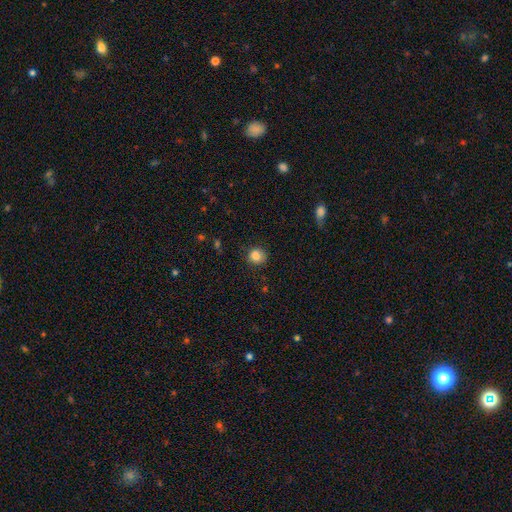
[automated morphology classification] Smooth or featured? Predicted: smooth (p=0.84). How rounded? Predicted: round (p=0.83). Merging? Predicted: none (p=0.81).